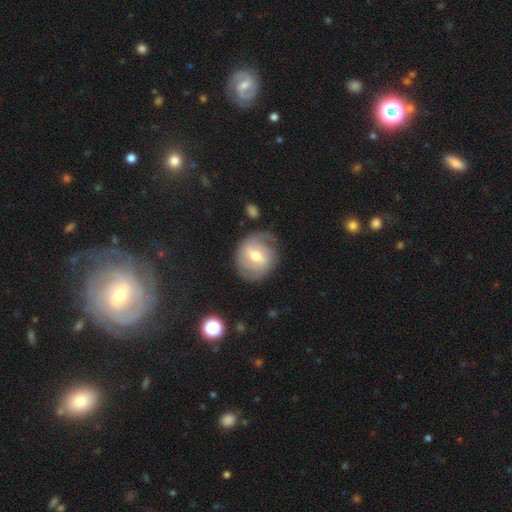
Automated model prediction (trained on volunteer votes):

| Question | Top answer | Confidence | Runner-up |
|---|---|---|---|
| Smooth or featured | featured or disk | 59% | smooth (34%) |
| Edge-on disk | no | 97% | yes (3%) |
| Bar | weak | 53% | no (32%) |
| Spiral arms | yes | 80% | no (20%) |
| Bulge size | moderate | 68% | small (24%) |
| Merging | none | 66% | minor disturbance (21%) |